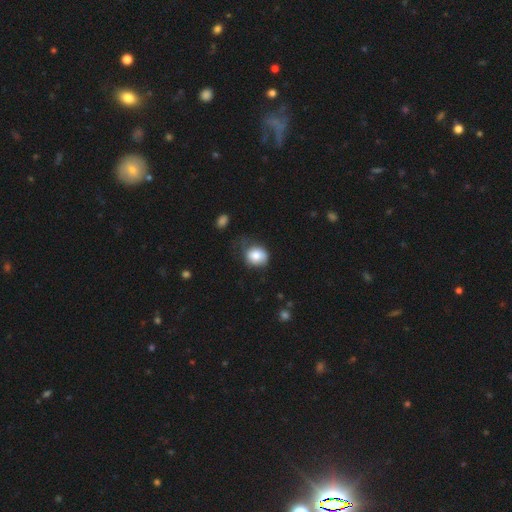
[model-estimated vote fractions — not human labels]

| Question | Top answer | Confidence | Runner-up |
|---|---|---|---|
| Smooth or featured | smooth | 82% | featured or disk (9%) |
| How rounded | round | 65% | in between (34%) |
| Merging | none | 49% | minor disturbance (33%) |